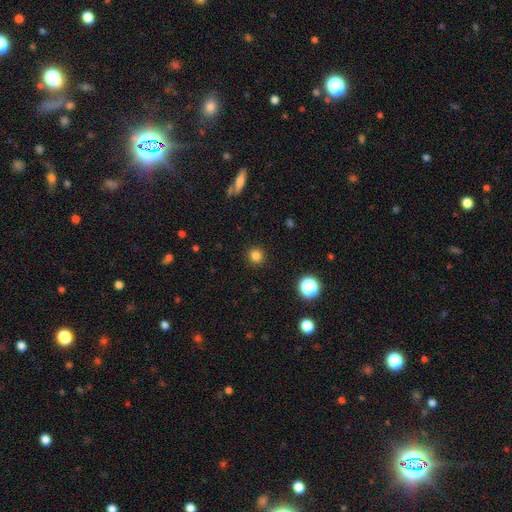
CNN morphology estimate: A smooth galaxy with no disk features (82%) that is round (94%). Merging: none (92%).